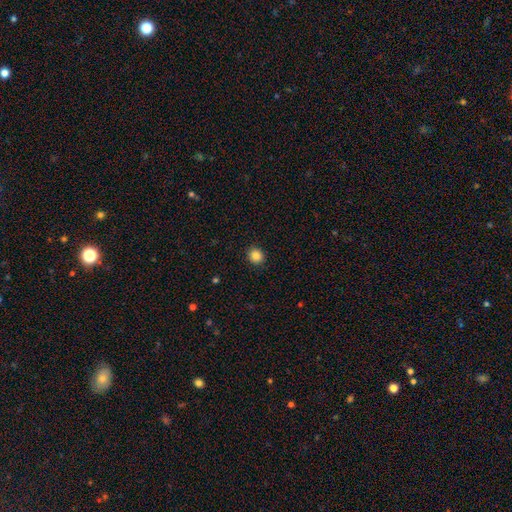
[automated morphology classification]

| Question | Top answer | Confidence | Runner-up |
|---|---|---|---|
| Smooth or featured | smooth | 85% | star or artifact (11%) |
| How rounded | round | 86% | in between (13%) |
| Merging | none | 92% | minor disturbance (6%) |